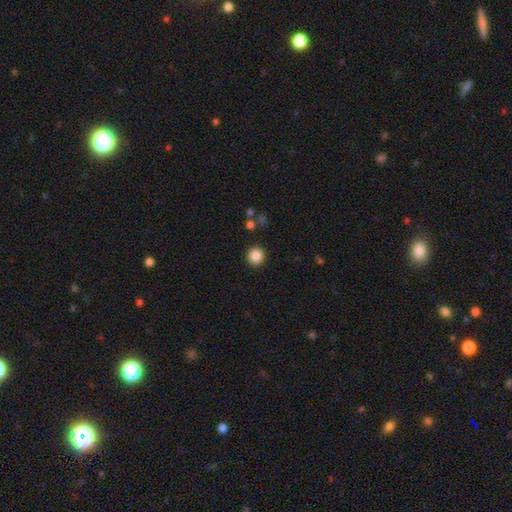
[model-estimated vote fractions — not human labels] This is clearly a smooth galaxy (87%). How rounded: clearly round (94%). Merging: clearly none (91%).